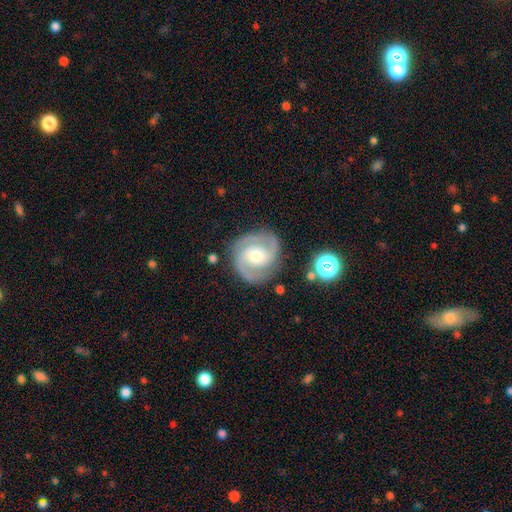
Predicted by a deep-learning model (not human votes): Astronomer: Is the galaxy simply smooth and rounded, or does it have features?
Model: featured or disk — 87%.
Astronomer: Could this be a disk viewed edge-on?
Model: no — 98%.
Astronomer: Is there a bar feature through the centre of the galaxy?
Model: no — 51% (runner-up: weak, 36%).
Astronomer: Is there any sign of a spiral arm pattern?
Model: yes — 97%.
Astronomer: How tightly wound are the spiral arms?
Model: medium — 47% (runner-up: tight, 45%).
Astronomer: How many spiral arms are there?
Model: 2 — 86%.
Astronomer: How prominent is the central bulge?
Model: moderate — 60%.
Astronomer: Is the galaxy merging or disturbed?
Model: none — 83%.